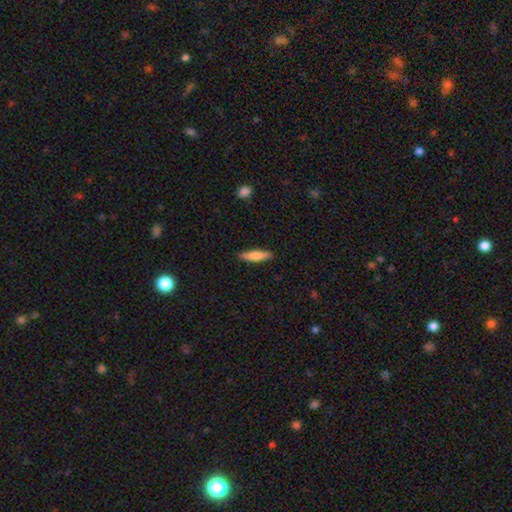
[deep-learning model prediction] Morphology: type=smooth (69%); roundness=cigar-shaped (78%); merging=none (90%).